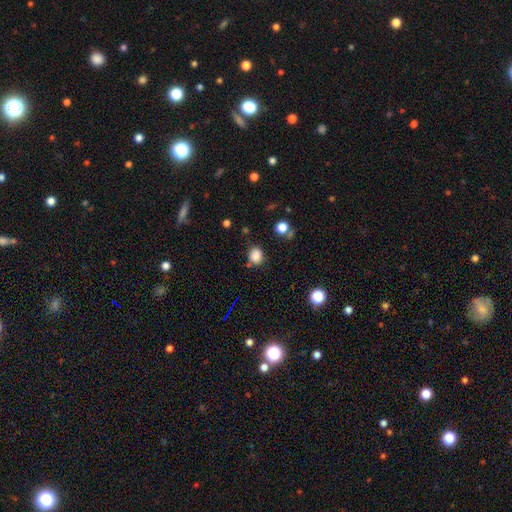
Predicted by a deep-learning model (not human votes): Morphology: type=smooth (83%); roundness=round (66%); merging=none (76%).